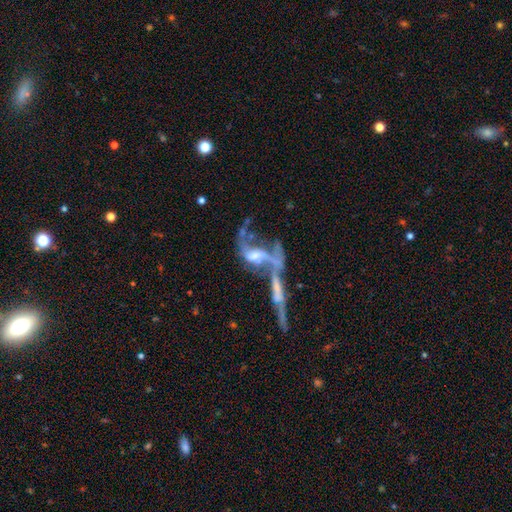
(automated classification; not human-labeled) Smooth or featured? Predicted: featured or disk (p=0.77). Edge-on disk? Predicted: no (p=0.89). Bar? Predicted: no (p=0.48). Spiral arms? Predicted: yes (p=0.76). Spiral winding? Predicted: loose (p=0.78). Spiral arm count? Predicted: 2 (p=0.72). Bulge size? Predicted: moderate (p=0.40). Merging? Predicted: merger (p=0.65).